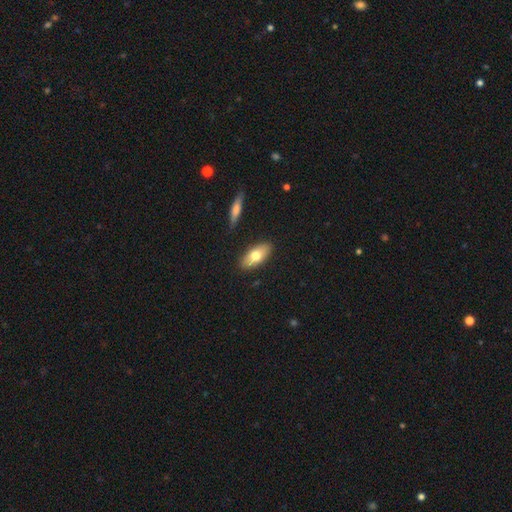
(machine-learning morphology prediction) Overall: smooth (70%). How rounded: in between (86%). Merging: none (86%).